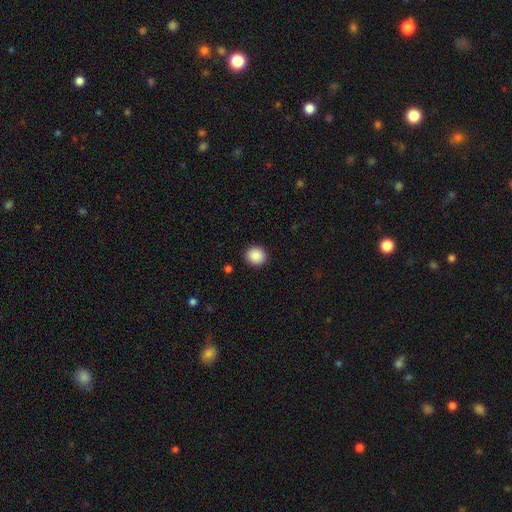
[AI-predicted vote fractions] A smooth galaxy with no disk features (89%) that is round (87%). Merging: none (92%).